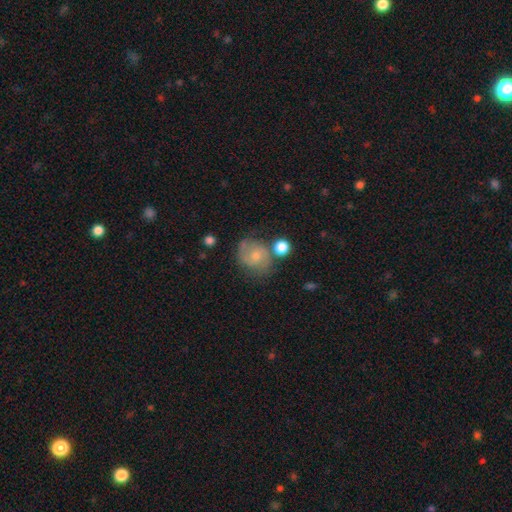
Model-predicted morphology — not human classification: This is possibly a featured or disk galaxy (53%). It is clearly not viewed edge-on (98%). Bar: likely no (67%). Spiral arm pattern: clearly yes (85%). Central bulge: possibly small (55%). Merging: possibly none (59%).